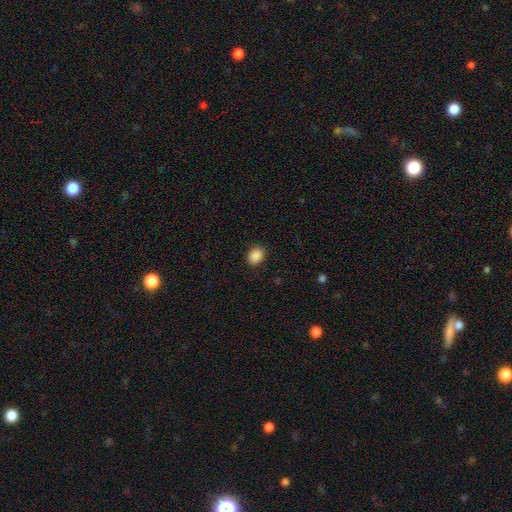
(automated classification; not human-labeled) A smooth galaxy with no disk features (89%) that is in between round and cigar-shaped (51%).

Vote fractions:
- Smooth or featured? smooth: 89% / star or artifact: 9% / featured or disk: 2%
- How rounded? in between: 51% / round: 48% / cigar-shaped: 1%
- Merging? none: 89% / minor disturbance: 8% / major disturbance: 2% / merger: 1%